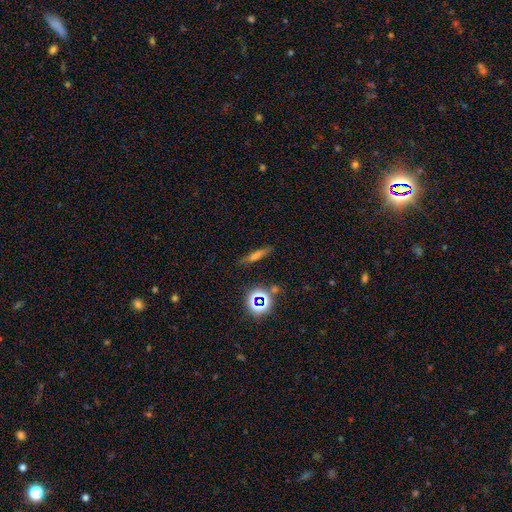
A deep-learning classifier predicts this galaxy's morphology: smooth_or_featured: smooth (p=0.49) [alt: featured or disk p=0.27]
merging: none (p=0.85) [alt: minor disturbance p=0.10]